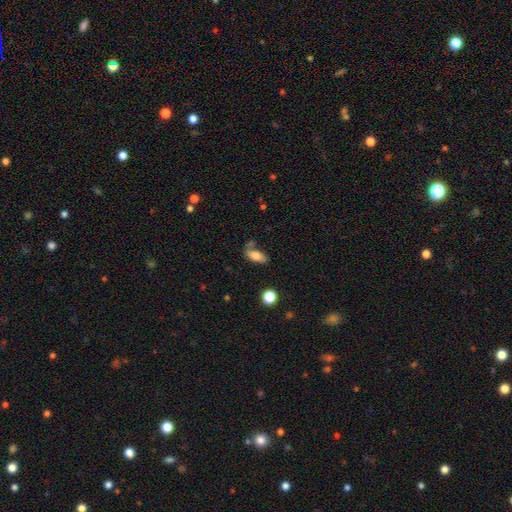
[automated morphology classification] Q: Smooth or featured?
A: smooth (77%); runner-up: featured or disk (15%)
Q: How rounded?
A: in between (86%); runner-up: cigar-shaped (10%)
Q: Merging?
A: none (61%); runner-up: minor disturbance (20%)